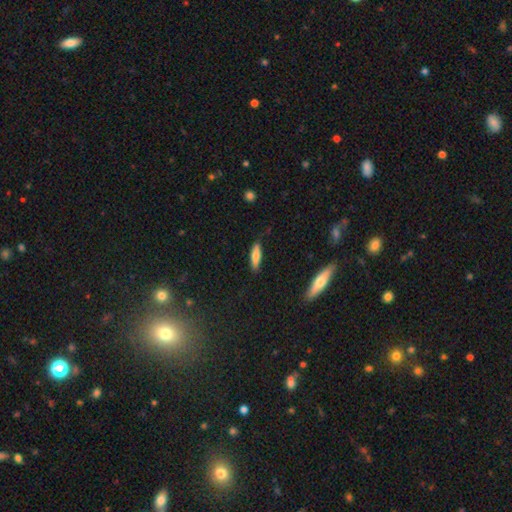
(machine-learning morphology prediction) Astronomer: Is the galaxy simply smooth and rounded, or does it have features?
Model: smooth — 79%.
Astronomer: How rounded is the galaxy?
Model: cigar-shaped — 65%.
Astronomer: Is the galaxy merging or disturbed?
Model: none — 84%.